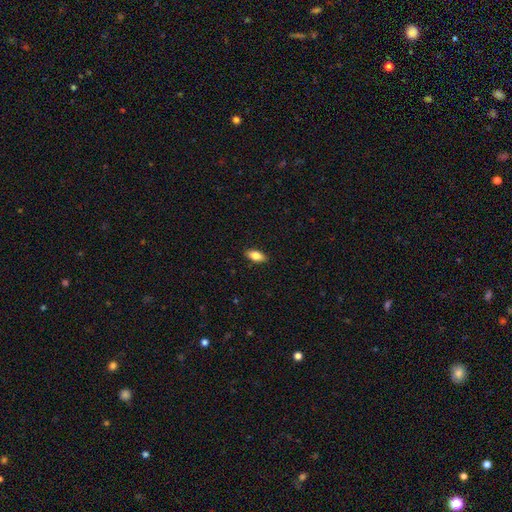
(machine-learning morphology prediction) A smooth galaxy with no disk features (79%) that is in between round and cigar-shaped (86%).

Vote fractions:
- Smooth or featured? smooth: 79% / featured or disk: 14% / star or artifact: 7%
- How rounded? in between: 86% / cigar-shaped: 11% / round: 3%
- Merging? none: 89% / minor disturbance: 9% / major disturbance: 2% / merger: 1%